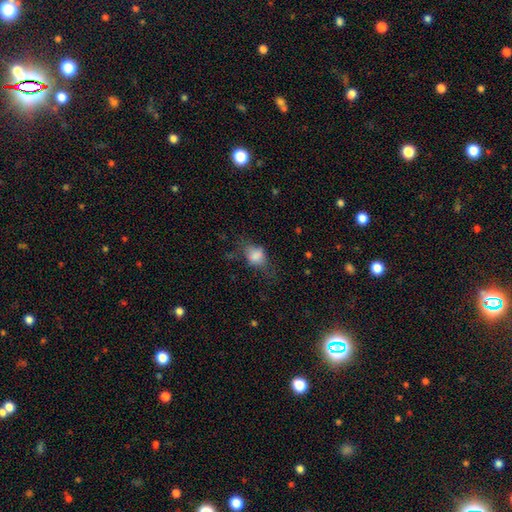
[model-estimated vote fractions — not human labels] Smooth or featured: smooth — 74% (featured or disk — 16%)
How rounded: in between — 65% (round — 33%)
Merging: none — 42% (minor disturbance — 29%)